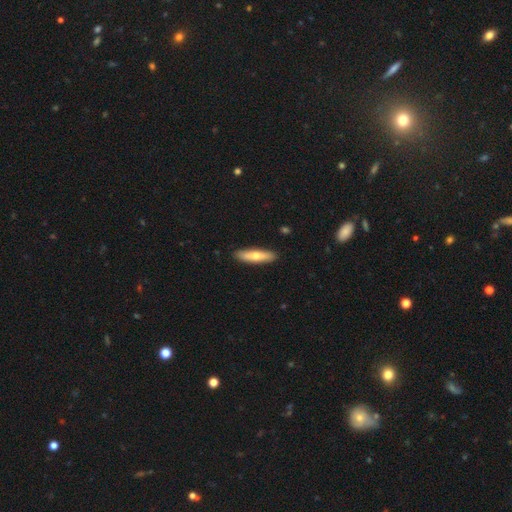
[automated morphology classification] smooth-or-featured: smooth: 62% | featured or disk: 33% | star or artifact: 5%
  how-rounded: cigar-shaped: 72% | in between: 26% | round: 2%
  merging: none: 90% | minor disturbance: 8% | major disturbance: 2% | merger: 1%